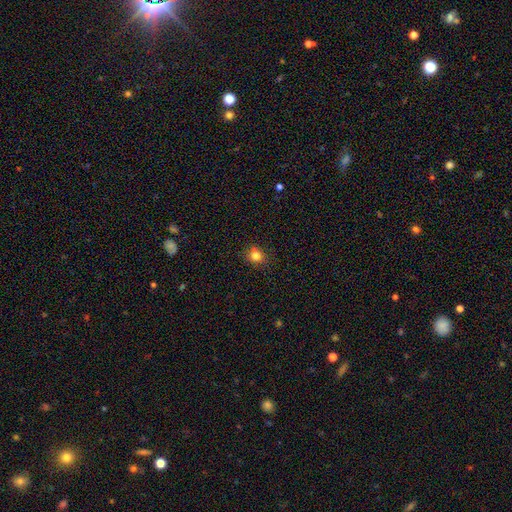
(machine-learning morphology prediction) type=smooth (82%); roundness=round (81%); merging=none (88%).